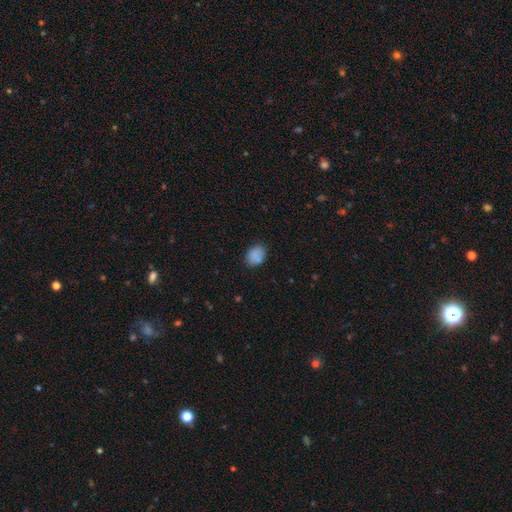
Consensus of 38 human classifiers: A smooth galaxy with no disk features (84%) that is in between round and cigar-shaped (66%). Merging: none (80%).